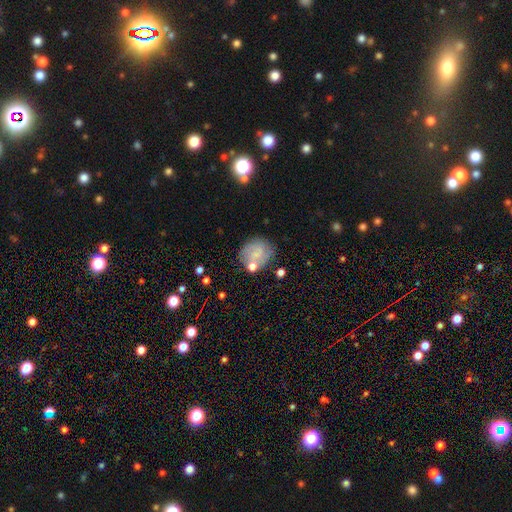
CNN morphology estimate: Smooth or featured? Predicted: smooth (p=0.61). How rounded? Predicted: round (p=0.74). Merging? Predicted: none (p=0.60).